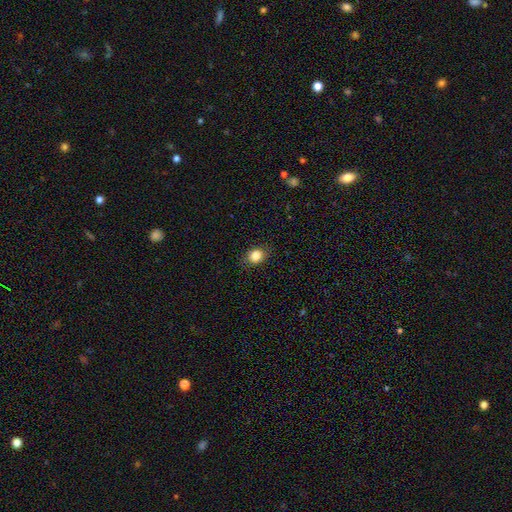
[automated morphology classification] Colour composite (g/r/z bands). It shows a smooth galaxy with no disk features (83%) that is round (58%). Merging: none (85%).